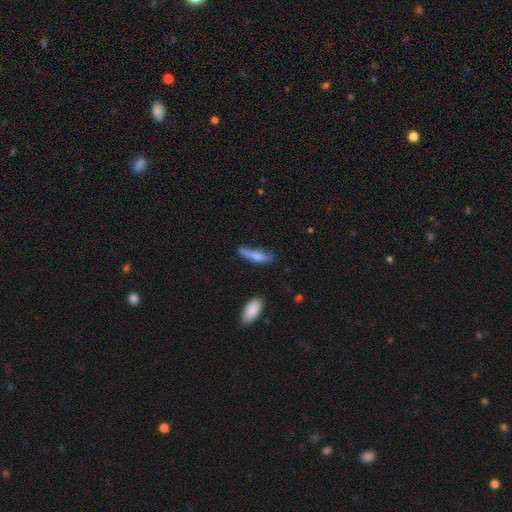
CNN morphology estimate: Overall: smooth (74%). How rounded: cigar-shaped (69%; in between 29%). Merging: none (48%; minor disturbance 33%).